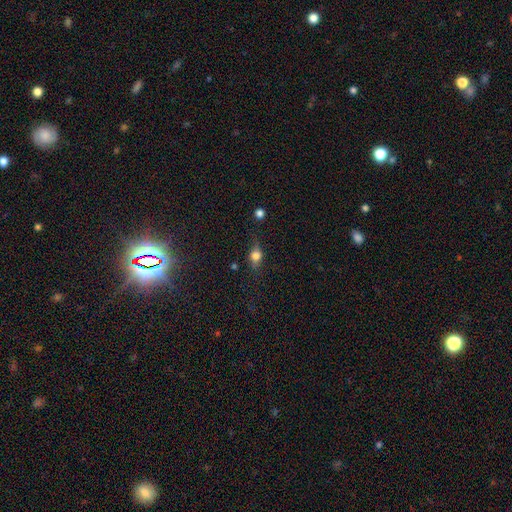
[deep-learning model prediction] The model was most divided on "how rounded": in between: 51%, round: 40%, cigar-shaped: 9%. More confident: merging — none (70%); smooth or featured — smooth (62%).